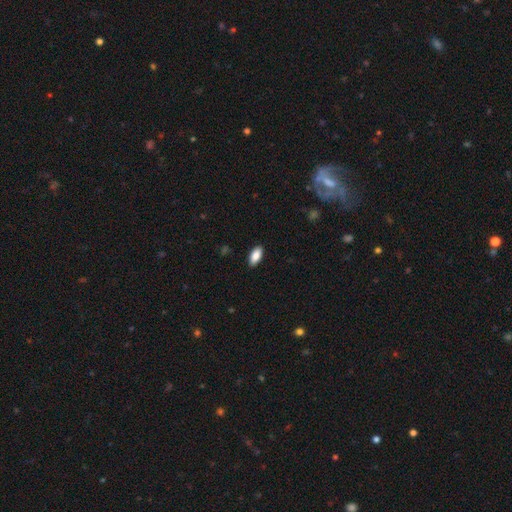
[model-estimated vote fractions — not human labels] A smooth galaxy with no disk features (87%) that is in between round and cigar-shaped (90%). Merging: none (89%).